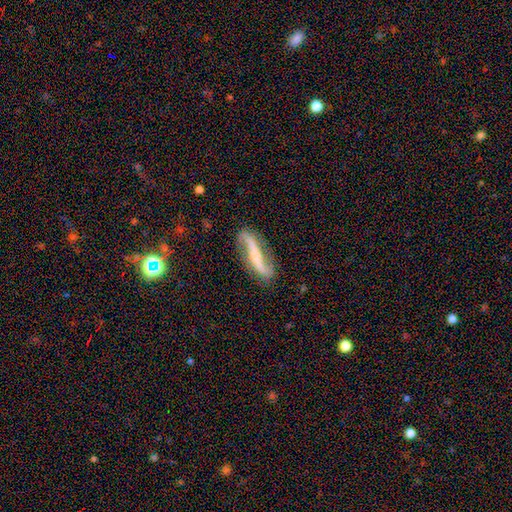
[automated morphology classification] featured or disk 80%, smooth 14%, star or artifact 6%. Down the decision tree: edge-on disk — no (80%); bar — strong (50%); spiral arms — yes (94%); spiral arm count — 2 (92%); spiral winding — loose (78%); bulge size — small (43%); merging — none (79%).